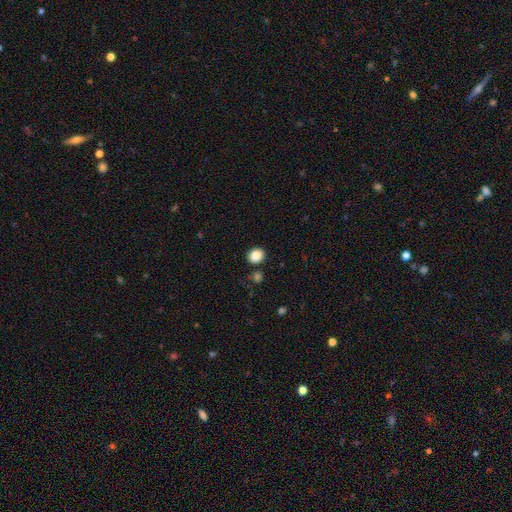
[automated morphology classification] A smooth galaxy with no disk features (87%) that is round (72%).

Vote fractions:
- Smooth or featured? smooth: 87% / star or artifact: 9% / featured or disk: 4%
- How rounded? round: 72% / in between: 27% / cigar-shaped: 1%
- Merging? none: 85% / minor disturbance: 8% / merger: 4% / major disturbance: 3%